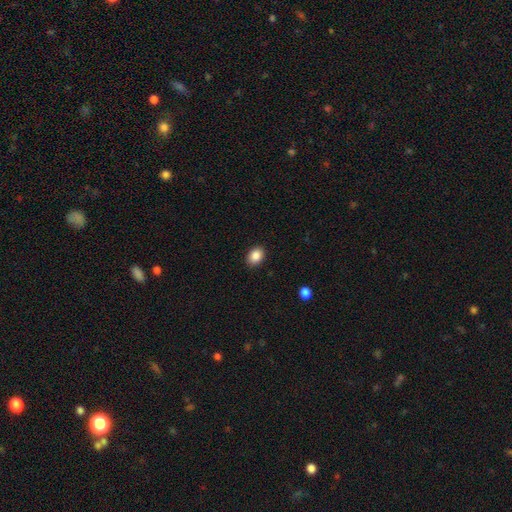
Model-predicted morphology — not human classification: Smooth or featured: smooth — 88% (star or artifact — 8%)
How rounded: in between — 68% (round — 31%)
Merging: none — 90% (minor disturbance — 7%)